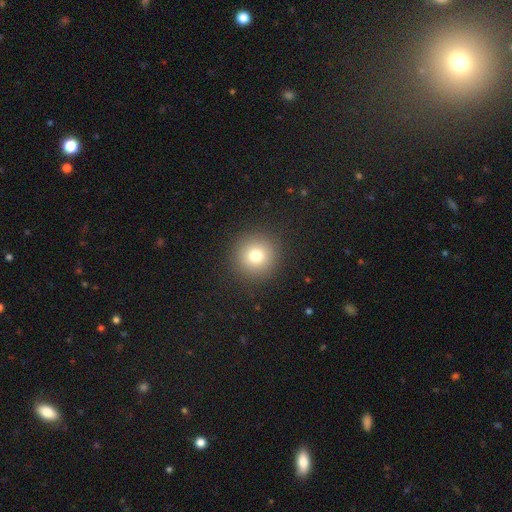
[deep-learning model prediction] smooth-or-featured: smooth: 77% | star or artifact: 13% | featured or disk: 9%
  how-rounded: round: 95% | in between: 4% | cigar-shaped: 1%
  merging: none: 91% | minor disturbance: 5% | major disturbance: 3% | merger: 1%